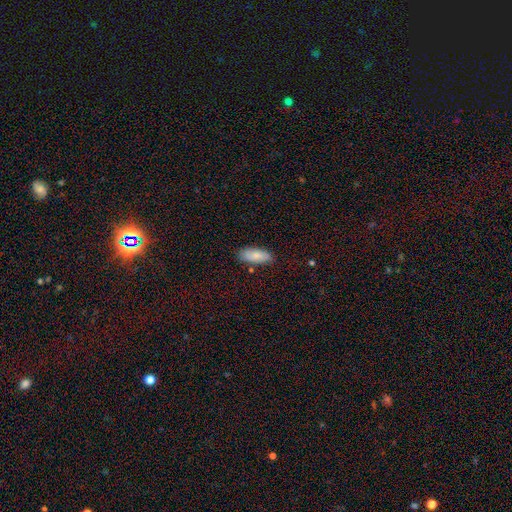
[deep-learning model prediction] This is clearly a smooth galaxy (82%). How rounded: clearly in between (83%). Merging: clearly none (80%).